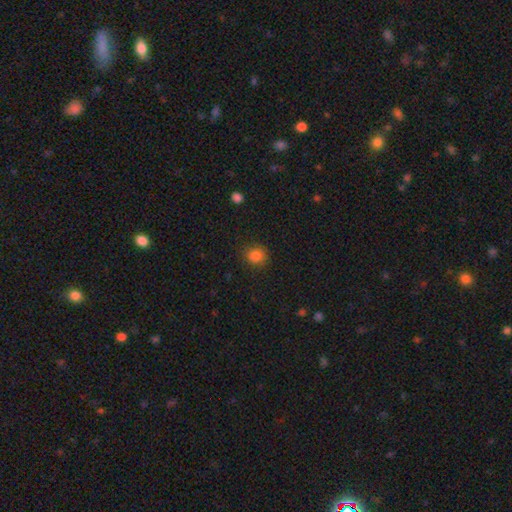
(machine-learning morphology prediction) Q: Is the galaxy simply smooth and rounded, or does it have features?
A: smooth — 85%.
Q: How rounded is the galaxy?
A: round — 82%.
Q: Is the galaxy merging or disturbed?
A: none — 84%.